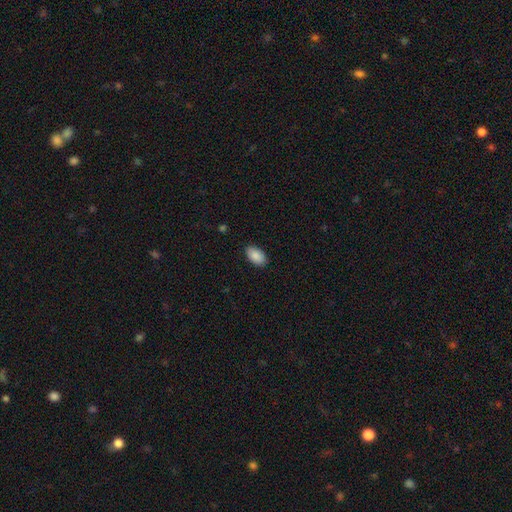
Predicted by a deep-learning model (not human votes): smooth-or-featured: smooth: 89% | star or artifact: 7% | featured or disk: 4%
  how-rounded: in between: 94% | round: 5% | cigar-shaped: 1%
  merging: none: 88% | minor disturbance: 9% | major disturbance: 2% | merger: 1%